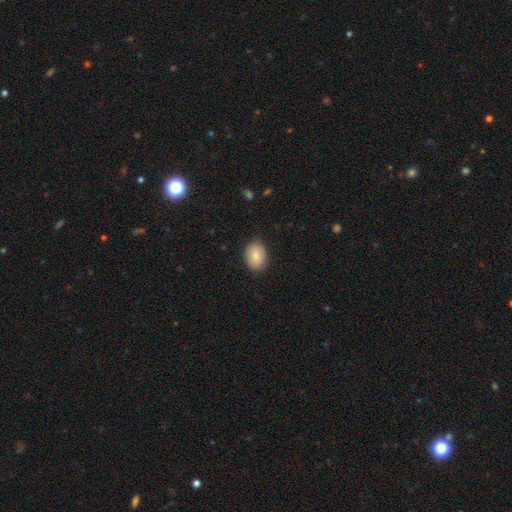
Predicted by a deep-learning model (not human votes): The model was most divided on "how rounded": in between: 74%, round: 25%, cigar-shaped: 1%. More confident: merging — none (85%); smooth or featured — smooth (82%).